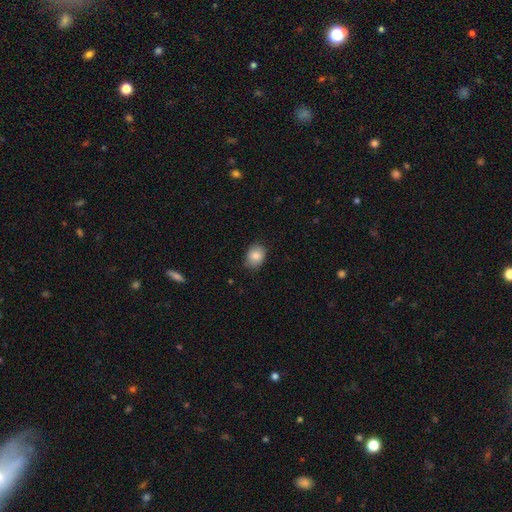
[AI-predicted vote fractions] Smooth or featured? Predicted: smooth (p=0.85). How rounded? Predicted: in between (p=0.60). Merging? Predicted: none (p=0.83).